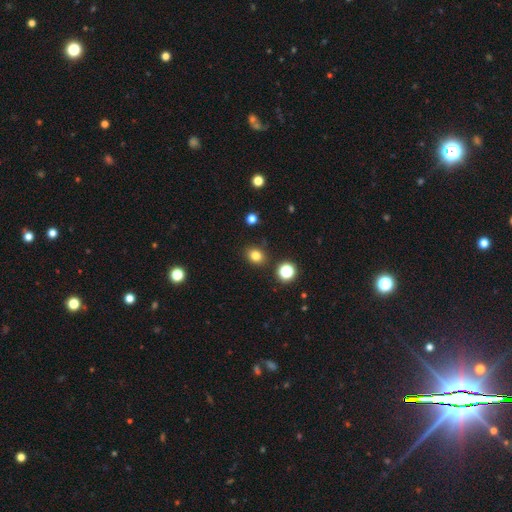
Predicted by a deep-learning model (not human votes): A smooth galaxy with no disk features (80%) that is round (57%).

Vote fractions:
- Smooth or featured? smooth: 80% / star or artifact: 14% / featured or disk: 6%
- How rounded? round: 57% / in between: 42% / cigar-shaped: 1%
- Merging? none: 86% / minor disturbance: 9% / merger: 3% / major disturbance: 2%